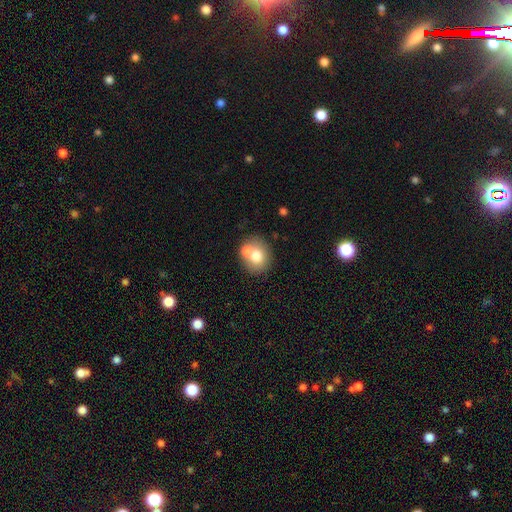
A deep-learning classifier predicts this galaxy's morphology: Q: Smooth or featured?
A: smooth (69%); runner-up: featured or disk (21%)
Q: How rounded?
A: round (70%); runner-up: in between (30%)
Q: Merging?
A: none (48%); runner-up: merger (39%)